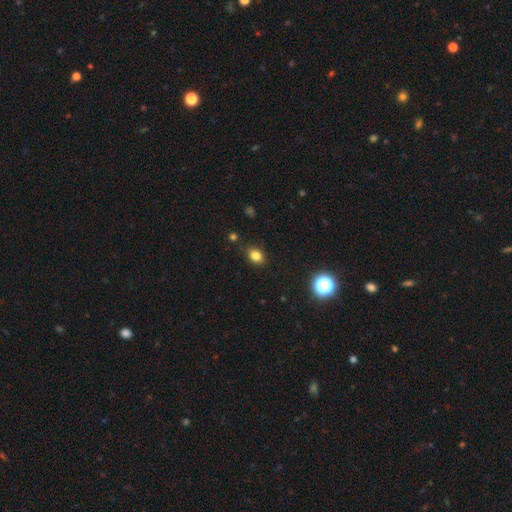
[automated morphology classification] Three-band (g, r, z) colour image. It shows a smooth galaxy with no disk features (80%) that is in between round and cigar-shaped (61%). Merging: none (84%).